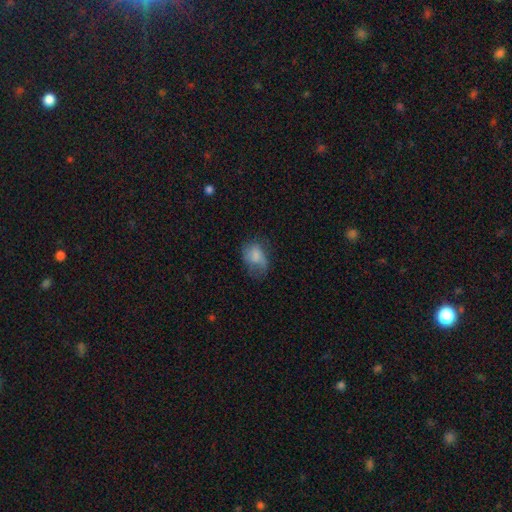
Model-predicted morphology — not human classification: This is likely a smooth galaxy (69%). How rounded: likely in between (77%). Merging: marginally none (42%).